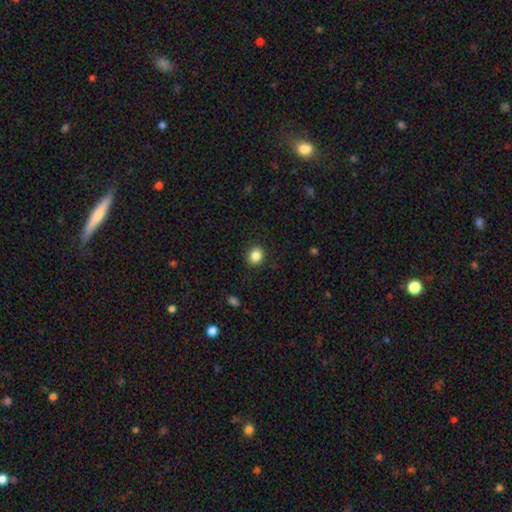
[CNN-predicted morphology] The model was most divided on "how rounded": round: 80%, in between: 19%, cigar-shaped: 1%. More confident: merging — none (90%); smooth or featured — smooth (85%).